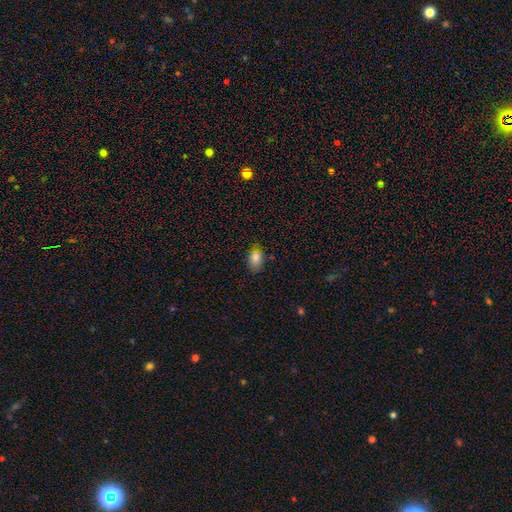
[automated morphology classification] This is clearly a smooth galaxy (83%). How rounded: clearly in between (86%). Merging: likely none (73%).